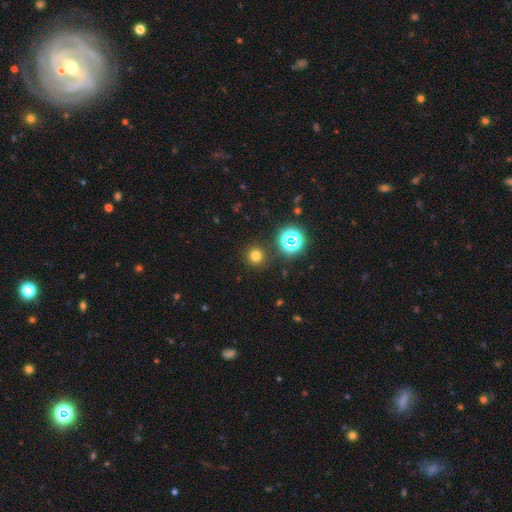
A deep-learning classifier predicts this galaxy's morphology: A smooth galaxy with no disk features (71%) that is round (94%).

Vote fractions:
- Smooth or featured? smooth: 71% / star or artifact: 22% / featured or disk: 6%
- How rounded? round: 94% / in between: 5% / cigar-shaped: 1%
- Merging? none: 89% / minor disturbance: 6% / major disturbance: 3% / merger: 3%